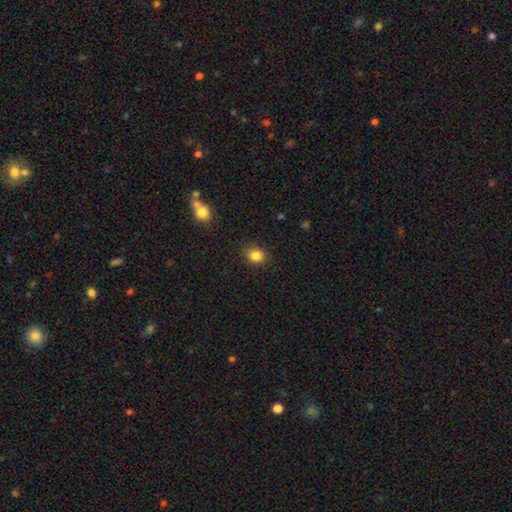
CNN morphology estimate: This appears to be a smooth galaxy with no disk features (85%) that is round (66%). Merging: none (85%).